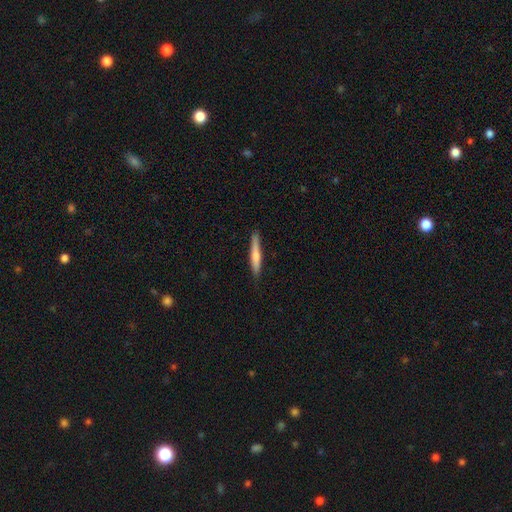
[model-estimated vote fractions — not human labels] Smooth or featured? Predicted: smooth (p=0.59). How rounded? Predicted: cigar-shaped (p=0.93). Merging? Predicted: none (p=0.86).